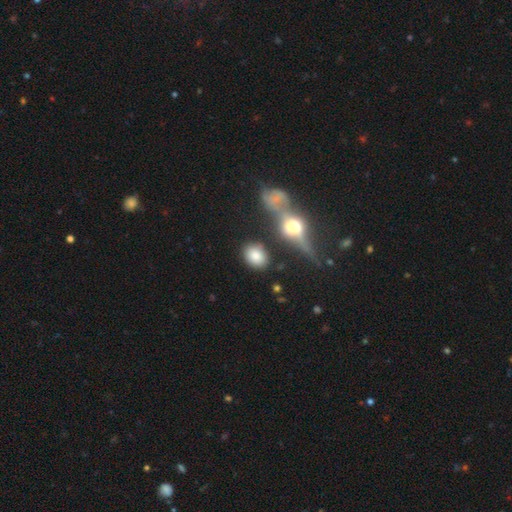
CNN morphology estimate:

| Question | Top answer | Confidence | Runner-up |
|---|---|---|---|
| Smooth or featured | smooth | 77% | featured or disk (13%) |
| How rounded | in between | 55% | round (42%) |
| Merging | none | 76% | minor disturbance (12%) |